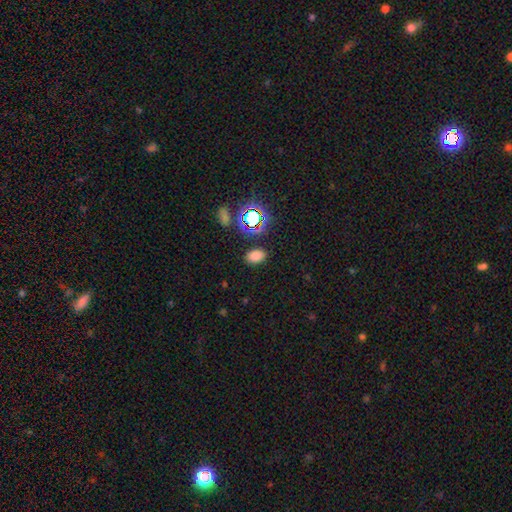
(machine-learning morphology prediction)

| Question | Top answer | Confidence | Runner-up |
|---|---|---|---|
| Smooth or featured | smooth | 74% | star or artifact (20%) |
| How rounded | in between | 85% | round (14%) |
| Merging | none | 85% | minor disturbance (9%) |